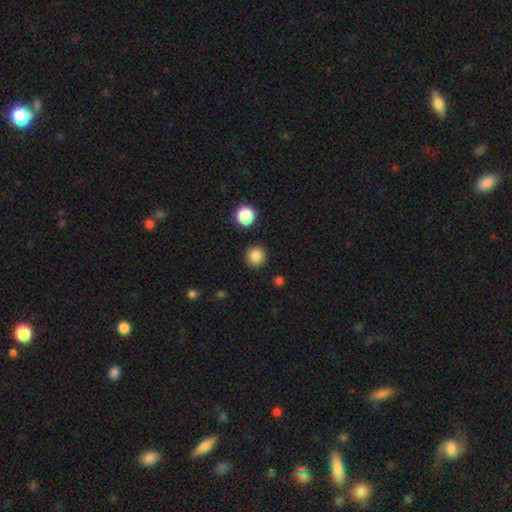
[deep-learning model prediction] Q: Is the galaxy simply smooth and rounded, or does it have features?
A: smooth — 85%.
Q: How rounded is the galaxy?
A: round — 93%.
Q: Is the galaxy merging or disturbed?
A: none — 91%.